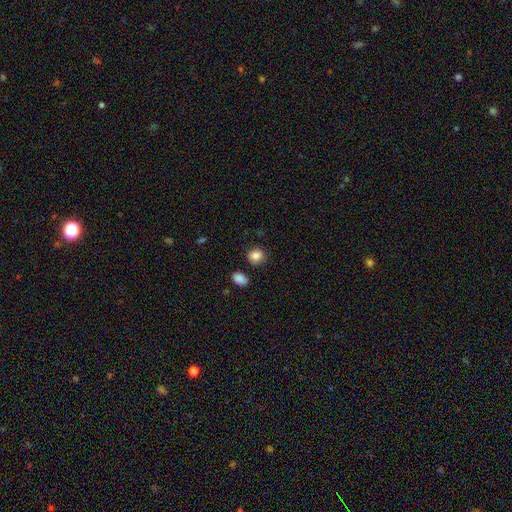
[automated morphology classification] A smooth galaxy with no disk features (86%) that is round (78%). Merging: none (83%).